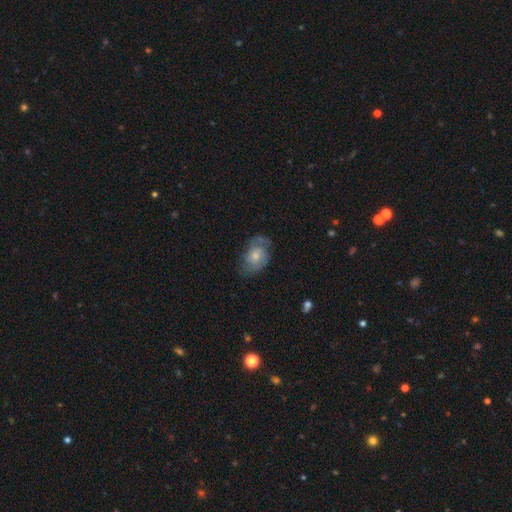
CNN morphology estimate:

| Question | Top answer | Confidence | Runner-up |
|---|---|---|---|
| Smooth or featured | smooth | 47% | featured or disk (46%) |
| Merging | none | 51% | minor disturbance (29%) |